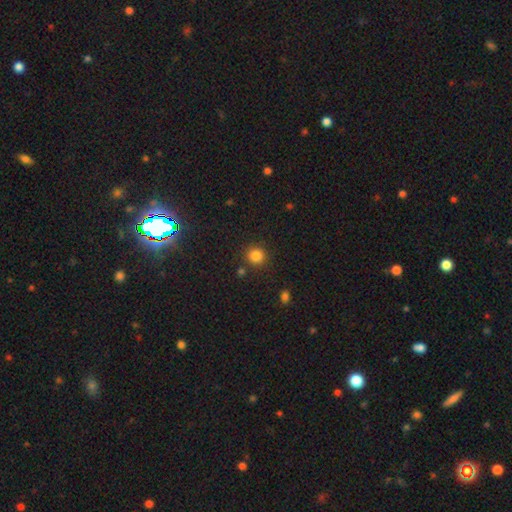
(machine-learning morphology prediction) type=smooth (83%); roundness=round (91%); merging=none (86%).